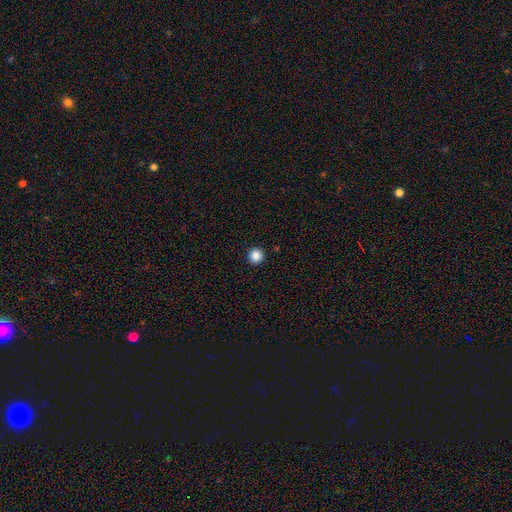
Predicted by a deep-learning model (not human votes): smooth-or-featured: smooth: 87% | star or artifact: 10% | featured or disk: 3%
  how-rounded: round: 96% | in between: 3% | cigar-shaped: 1%
  merging: none: 94% | minor disturbance: 4% | major disturbance: 1% | merger: 1%